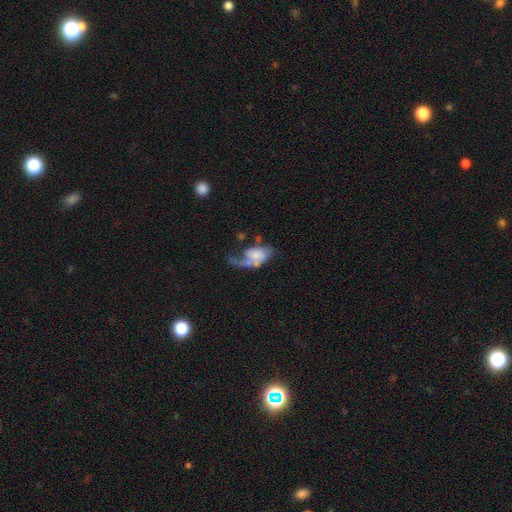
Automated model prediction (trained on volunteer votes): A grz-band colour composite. It shows a featured or disk galaxy (57%) with no bar (70%), spiral arms (71%) and no central bulge (40%). Merging: major disturbance (47%).